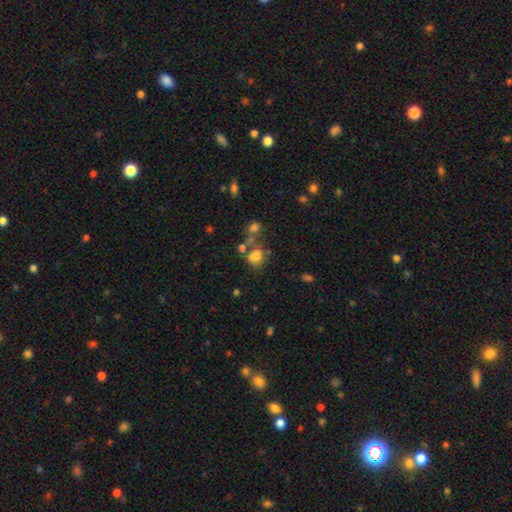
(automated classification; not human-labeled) smooth_or_featured: smooth (p=0.68) [alt: featured or disk p=0.17]
how_rounded: round (p=0.51) [alt: in between p=0.48]
merging: none (p=0.36) [alt: merger p=0.33]